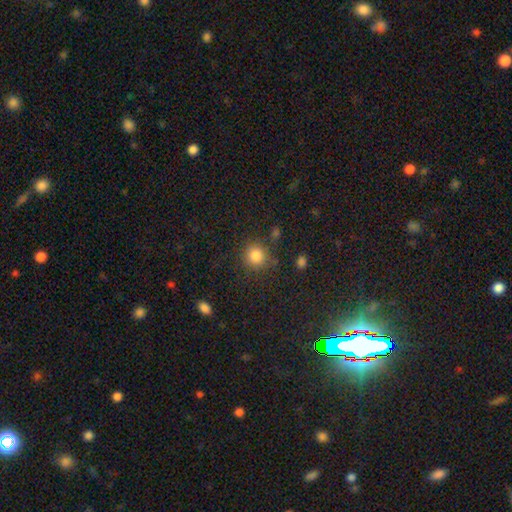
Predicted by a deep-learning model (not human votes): Morphology: type=smooth (84%); roundness=round (91%); merging=none (80%).